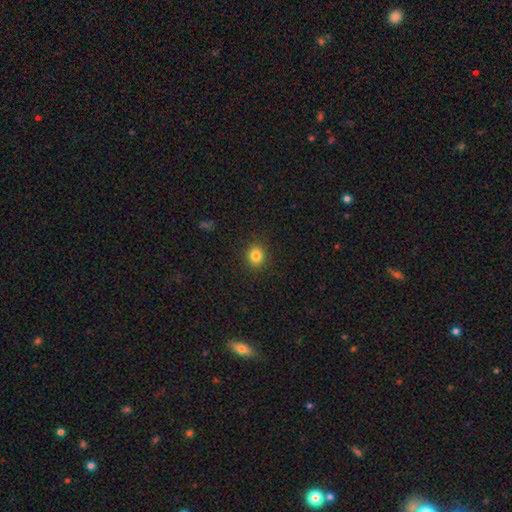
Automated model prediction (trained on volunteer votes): Morphology: type=smooth (83%); roundness=round (74%); merging=none (90%).